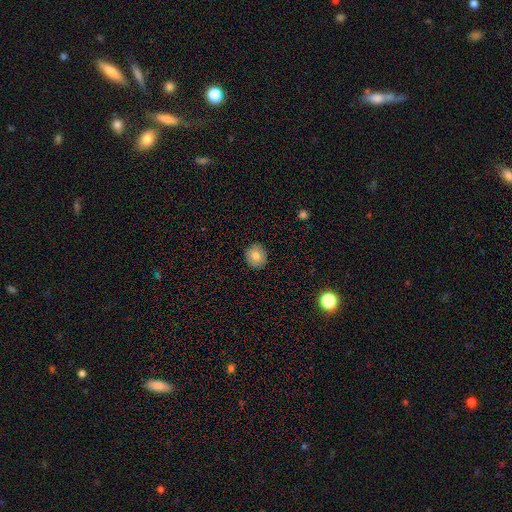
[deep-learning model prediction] This is likely a smooth galaxy (79%). How rounded: clearly round (87%). Merging: clearly none (91%).